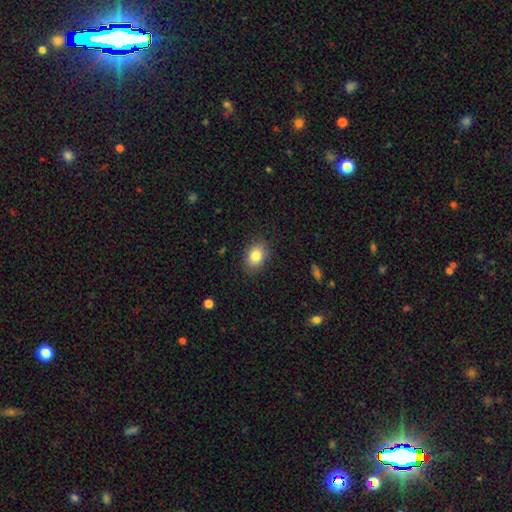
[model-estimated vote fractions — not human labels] Smooth or featured? smooth (83%)
How rounded? in between (73%)
Merging? none (86%)